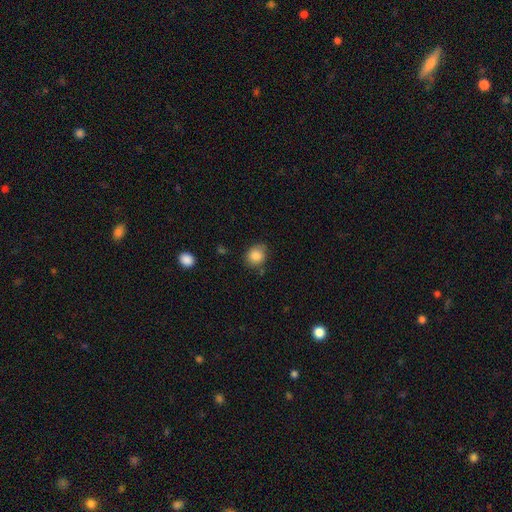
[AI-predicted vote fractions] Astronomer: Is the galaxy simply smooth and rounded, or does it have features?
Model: smooth — 85%.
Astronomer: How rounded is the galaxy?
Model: round — 69%.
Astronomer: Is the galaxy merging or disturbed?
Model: none — 68%.